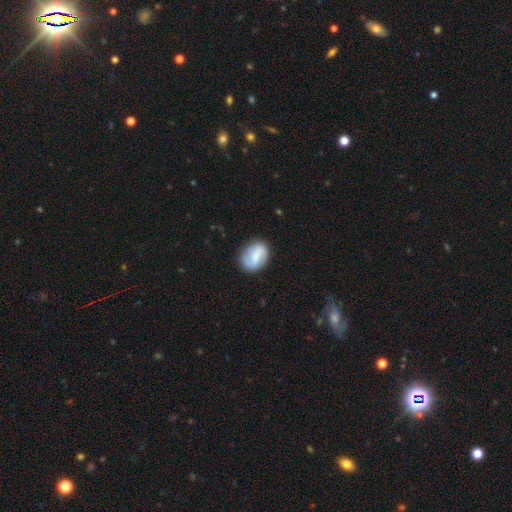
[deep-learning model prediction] smooth 46% (tied), featured or disk 46% (tied), star or artifact 7%. Down the decision tree: merging — none (78%).